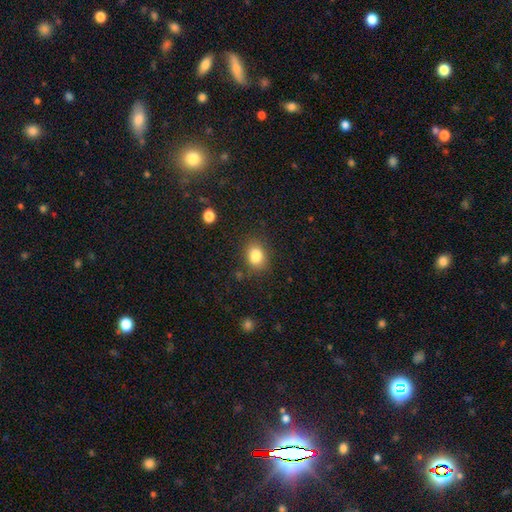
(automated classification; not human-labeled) Smooth or featured? smooth (85%)
How rounded? in between (60%)
Merging? none (80%)